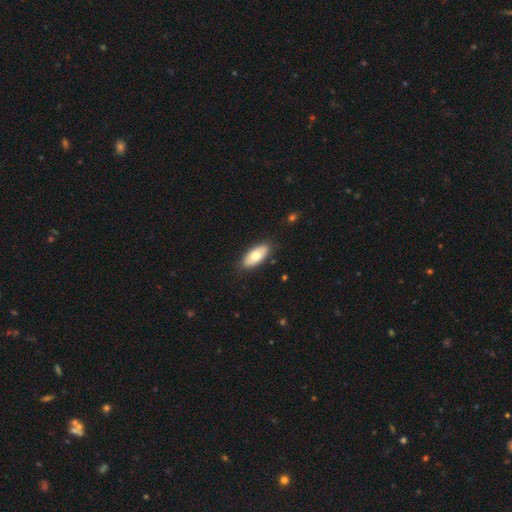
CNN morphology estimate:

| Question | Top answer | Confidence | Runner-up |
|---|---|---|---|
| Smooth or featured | smooth | 68% | featured or disk (26%) |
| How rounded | in between | 89% | cigar-shaped (8%) |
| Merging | none | 86% | minor disturbance (10%) |